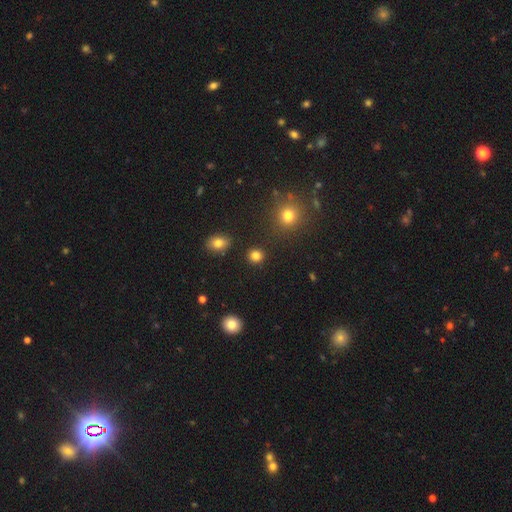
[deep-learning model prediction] Smooth or featured? Predicted: smooth (p=0.83). How rounded? Predicted: round (p=0.86). Merging? Predicted: none (p=0.89).